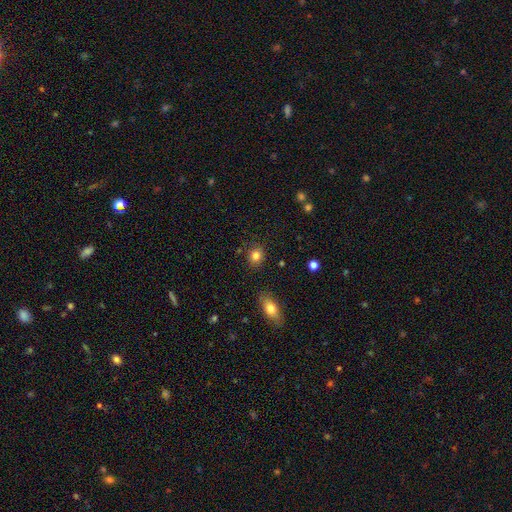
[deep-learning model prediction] The model was most divided on "how rounded": round: 75%, in between: 24%, cigar-shaped: 1%. More confident: merging — none (86%); smooth or featured — smooth (83%).